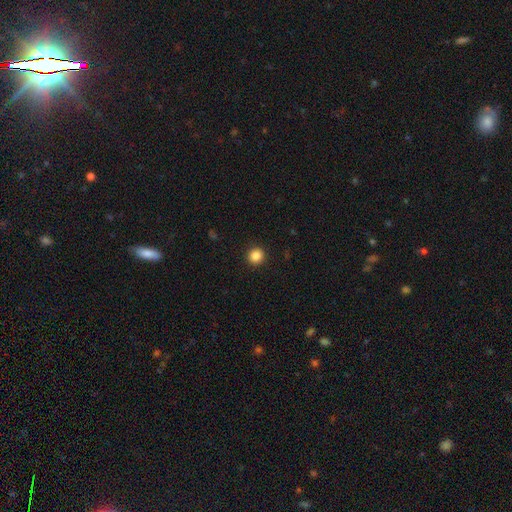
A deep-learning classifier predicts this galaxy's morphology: This appears to be a smooth galaxy with no disk features (86%) that is round (93%). Merging: none (92%).